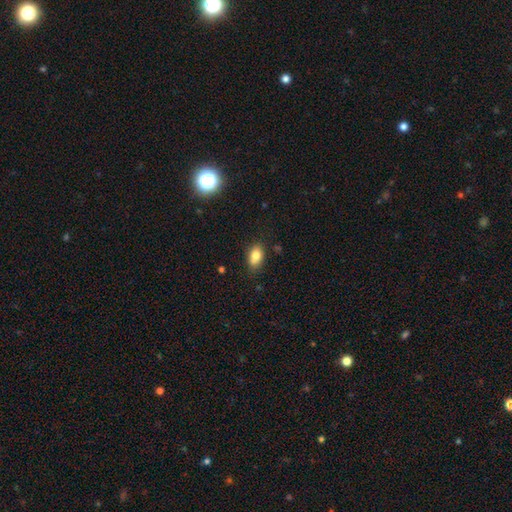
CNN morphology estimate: smooth 80%, featured or disk 11%, star or artifact 9%. Down the decision tree: how rounded — in between (86%); merging — none (76%).